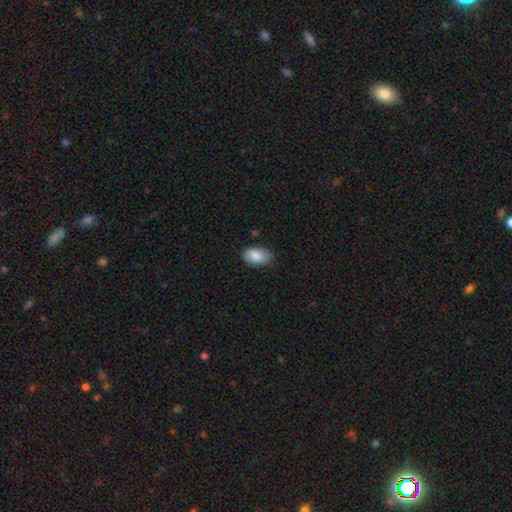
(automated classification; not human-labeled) Q: Smooth or featured?
A: smooth (87%); runner-up: star or artifact (7%)
Q: How rounded?
A: in between (91%); runner-up: round (7%)
Q: Merging?
A: none (73%); runner-up: minor disturbance (23%)